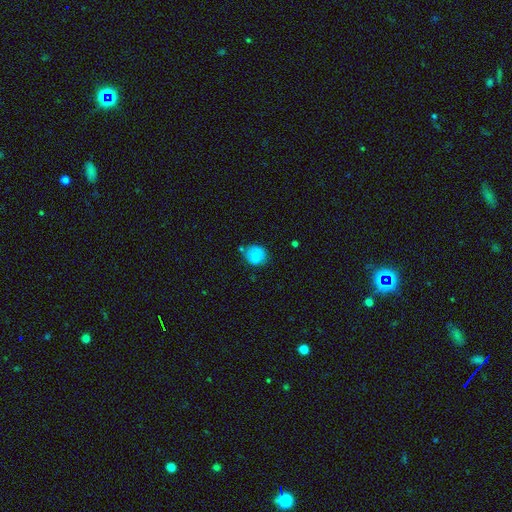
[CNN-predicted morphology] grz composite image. It shows a smooth galaxy with no disk features (74%) that is round (72%). Merging: none (62%).